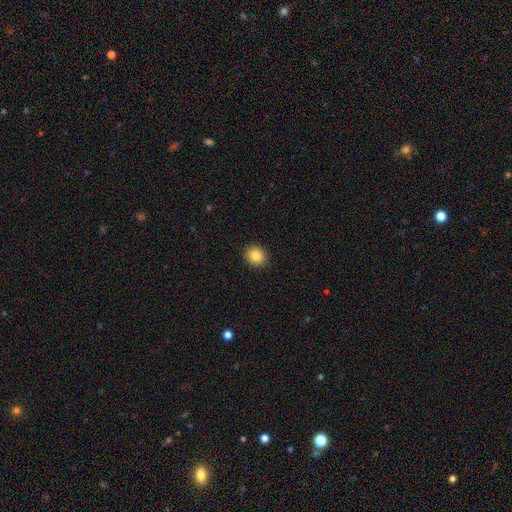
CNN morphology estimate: Smooth or featured?
  - smooth: 86% *
  - star or artifact: 10%
  - featured or disk: 5%
How rounded?
  - round: 79% *
  - in between: 20%
  - cigar-shaped: 1%
Merging?
  - none: 91% *
  - minor disturbance: 6%
  - major disturbance: 2%
  - merger: 1%